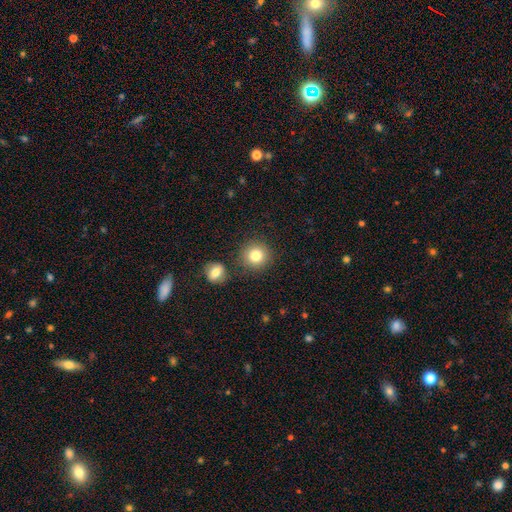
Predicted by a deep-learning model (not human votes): A smooth galaxy with no disk features (81%) that is round (92%).

Vote fractions:
- Smooth or featured? smooth: 81% / star or artifact: 11% / featured or disk: 8%
- How rounded? round: 92% / in between: 7% / cigar-shaped: 1%
- Merging? none: 81% / merger: 8% / minor disturbance: 8% / major disturbance: 3%